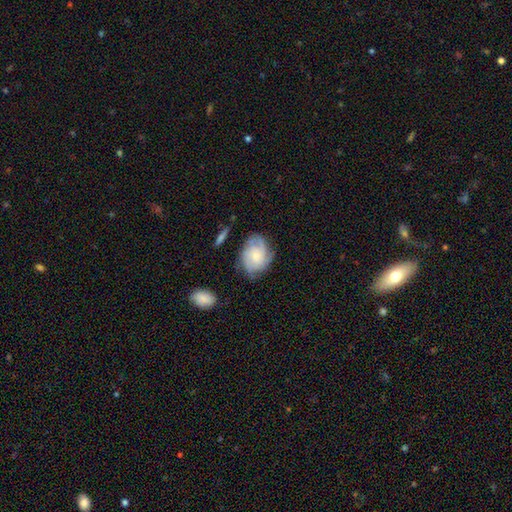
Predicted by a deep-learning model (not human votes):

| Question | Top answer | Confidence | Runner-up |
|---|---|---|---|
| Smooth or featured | featured or disk | 63% | smooth (30%) |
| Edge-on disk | no | 97% | yes (3%) |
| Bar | no | 76% | weak (21%) |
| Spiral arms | yes | 90% | no (10%) |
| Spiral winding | tight | 52% | medium (36%) |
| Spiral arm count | can't tell | 33% | 3 (27%) |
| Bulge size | small | 60% | moderate (29%) |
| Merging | none | 65% | minor disturbance (23%) |